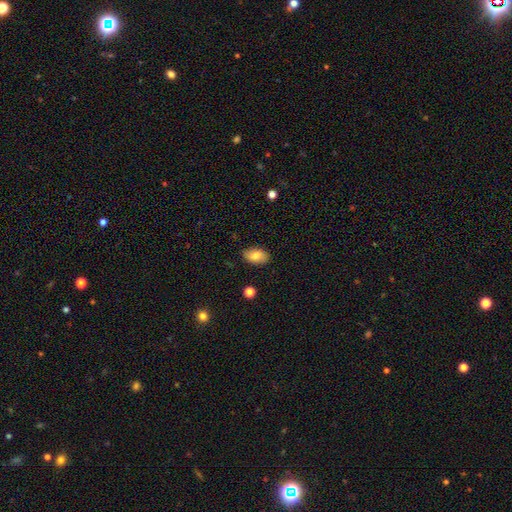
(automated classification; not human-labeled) A smooth galaxy with no disk features (83%) that is in between round and cigar-shaped (92%).

Vote fractions:
- Smooth or featured? smooth: 83% / featured or disk: 9% / star or artifact: 7%
- How rounded? in between: 92% / round: 6% / cigar-shaped: 2%
- Merging? none: 86% / minor disturbance: 11% / major disturbance: 2% / merger: 1%